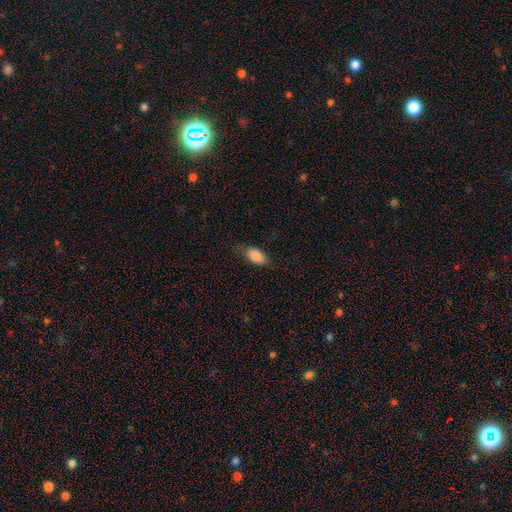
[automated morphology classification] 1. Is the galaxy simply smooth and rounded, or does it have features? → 85% smooth, 8% featured or disk, 7% star or artifact.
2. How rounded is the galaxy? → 88% in between, 8% cigar-shaped, 4% round.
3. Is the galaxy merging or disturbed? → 66% none, 25% minor disturbance, 7% major disturbance, 1% merger.